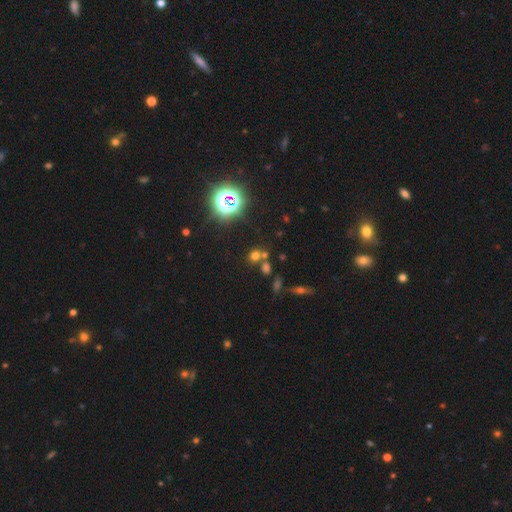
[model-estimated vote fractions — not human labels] smooth-or-featured: smooth: 51% | star or artifact: 39% | featured or disk: 10%
  how-rounded: round: 75% | in between: 23% | cigar-shaped: 2%
  merging: none: 62% | merger: 25% | minor disturbance: 9% | major disturbance: 4%